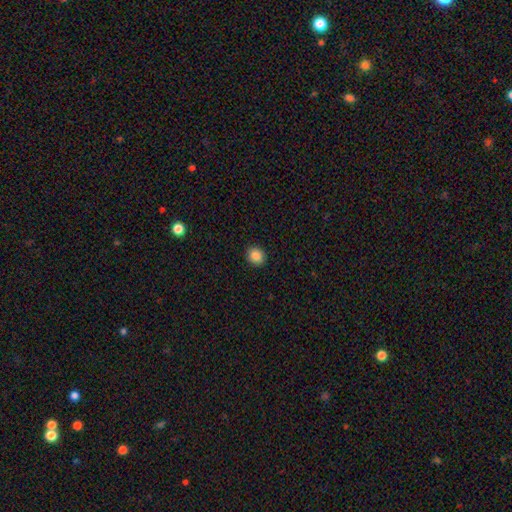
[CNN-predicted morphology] Smooth or featured: smooth — 87% (star or artifact — 9%)
How rounded: round — 75% (in between — 24%)
Merging: none — 92% (minor disturbance — 6%)